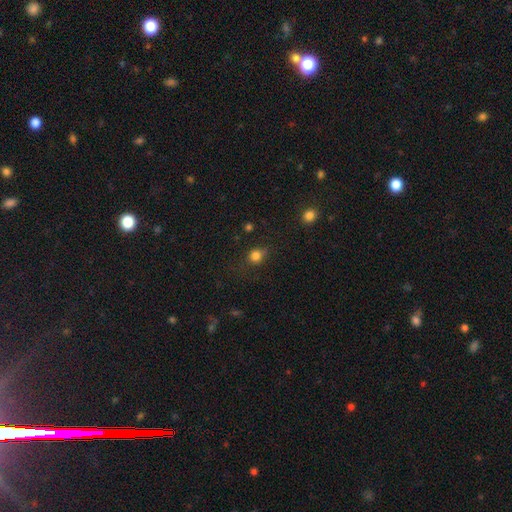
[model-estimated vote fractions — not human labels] A smooth galaxy with no disk features (80%) that is round (79%).

Vote fractions:
- Smooth or featured? smooth: 80% / star or artifact: 14% / featured or disk: 6%
- How rounded? round: 79% / in between: 20% / cigar-shaped: 1%
- Merging? none: 66% / minor disturbance: 22% / major disturbance: 9% / merger: 3%